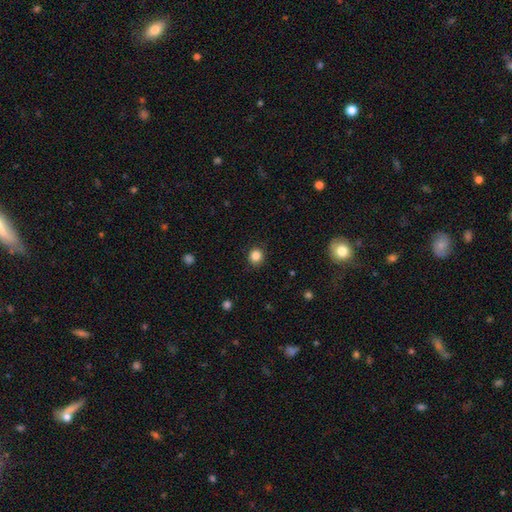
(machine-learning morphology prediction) Smooth or featured: smooth — 85% (star or artifact — 11%)
How rounded: round — 89% (in between — 10%)
Merging: none — 90% (minor disturbance — 7%)